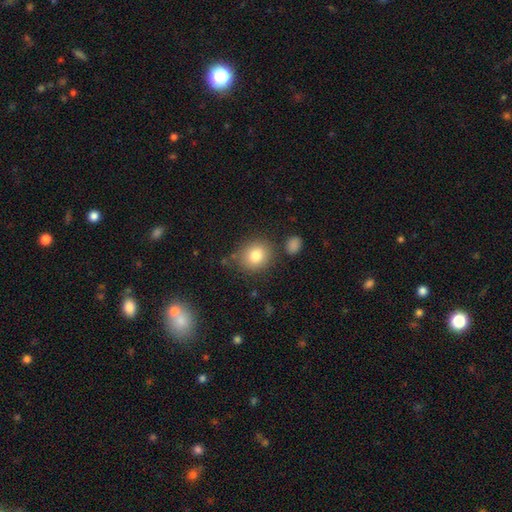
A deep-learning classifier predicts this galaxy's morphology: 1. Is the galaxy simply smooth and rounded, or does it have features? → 81% smooth, 10% star or artifact, 9% featured or disk.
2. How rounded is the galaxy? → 79% round, 20% in between, 1% cigar-shaped.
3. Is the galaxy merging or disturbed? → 78% none, 12% minor disturbance, 6% merger, 4% major disturbance.